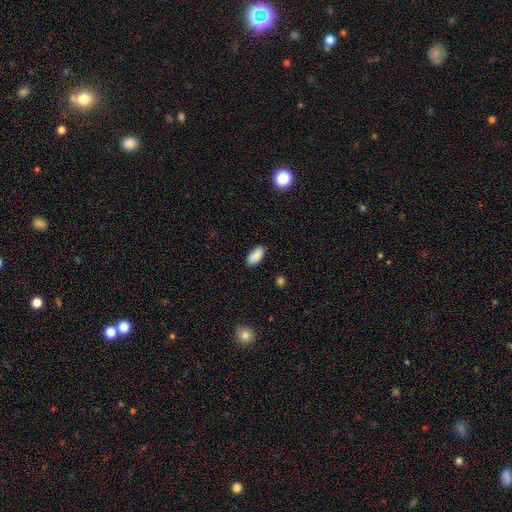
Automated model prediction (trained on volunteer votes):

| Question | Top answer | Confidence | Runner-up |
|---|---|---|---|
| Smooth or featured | smooth | 87% | star or artifact (7%) |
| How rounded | in between | 92% | cigar-shaped (6%) |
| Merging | none | 87% | minor disturbance (10%) |